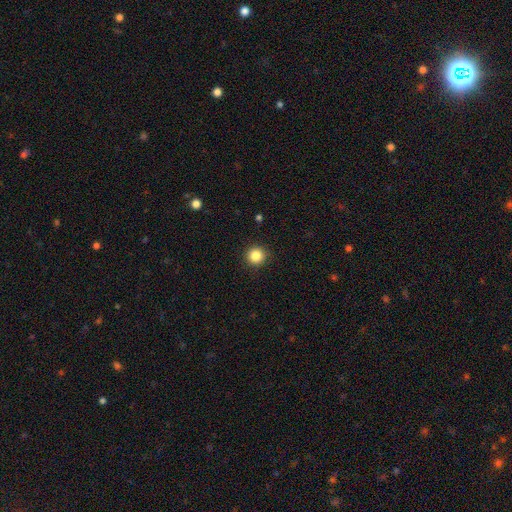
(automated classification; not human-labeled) smooth 85%, star or artifact 11%, featured or disk 5%. Down the decision tree: how rounded — round (94%); merging — none (92%).